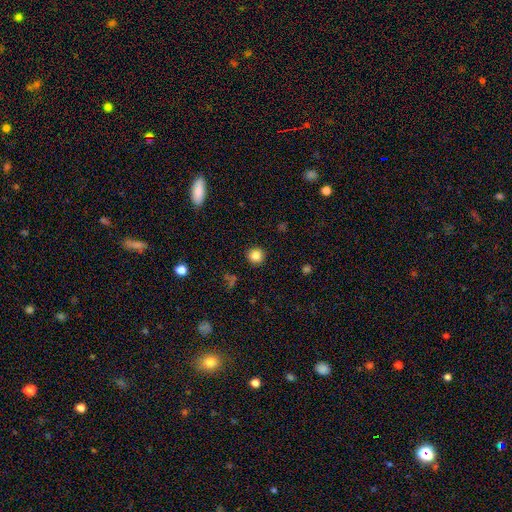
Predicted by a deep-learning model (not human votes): Morphology: type=smooth (84%); roundness=round (92%); merging=none (91%).